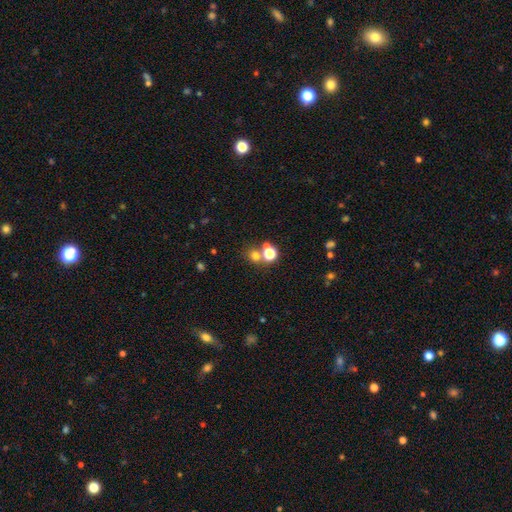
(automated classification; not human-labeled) A smooth galaxy with no disk features (67%) that is round (84%).

Vote fractions:
- Smooth or featured? smooth: 67% / star or artifact: 23% / featured or disk: 10%
- How rounded? round: 84% / in between: 15% / cigar-shaped: 1%
- Merging? none: 57% / merger: 32% / minor disturbance: 7% / major disturbance: 4%